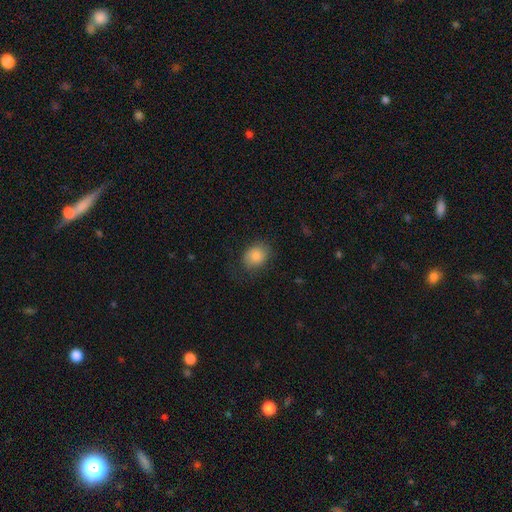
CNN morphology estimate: Q: Smooth or featured?
A: smooth (85%); runner-up: star or artifact (8%)
Q: How rounded?
A: in between (54%); runner-up: round (45%)
Q: Merging?
A: none (76%); runner-up: minor disturbance (17%)